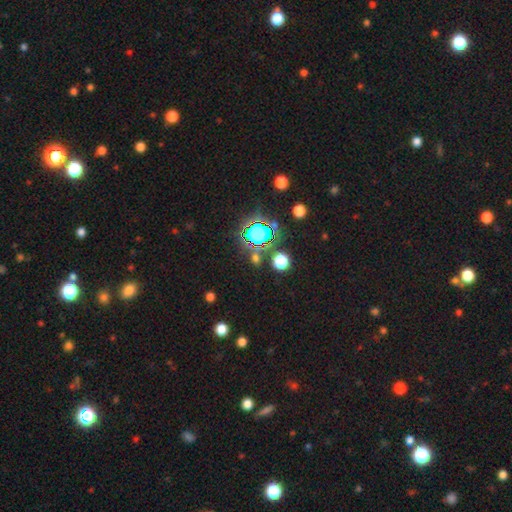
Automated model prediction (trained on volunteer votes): smooth-or-featured: star or artifact: 69% | smooth: 22% | featured or disk: 9%